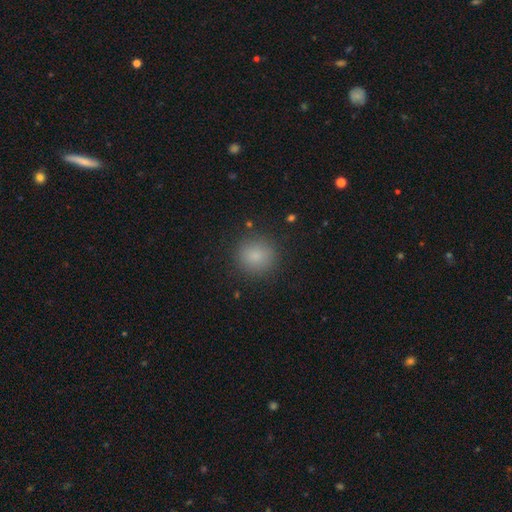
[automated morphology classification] smooth_or_featured: smooth (p=0.84) [alt: star or artifact p=0.11]
how_rounded: round (p=0.89) [alt: in between p=0.10]
merging: none (p=0.87) [alt: minor disturbance p=0.08]